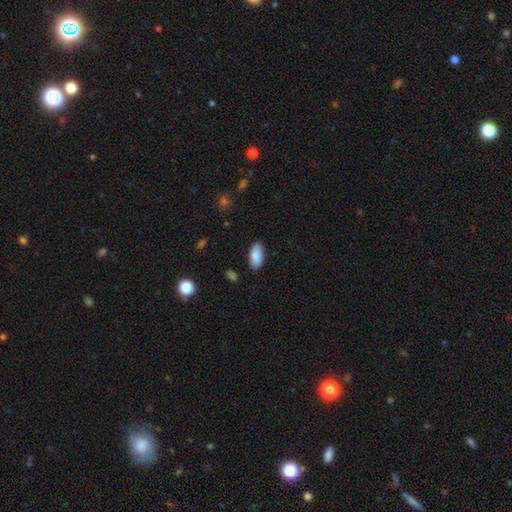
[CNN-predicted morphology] Smooth or featured? smooth (85%)
How rounded? in between (93%)
Merging? none (86%)